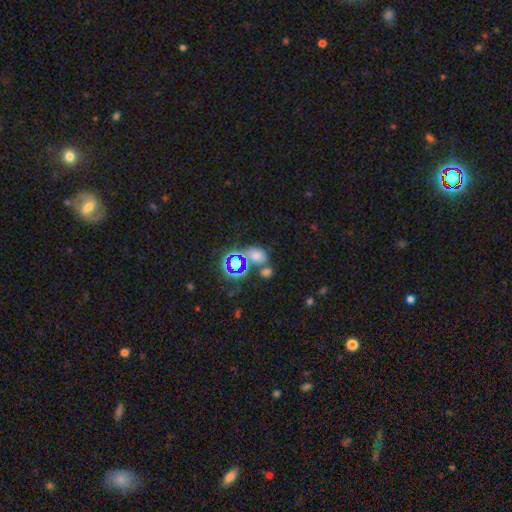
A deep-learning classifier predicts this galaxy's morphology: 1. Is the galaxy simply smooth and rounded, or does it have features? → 51% smooth, 36% star or artifact, 13% featured or disk.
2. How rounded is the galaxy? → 60% in between, 38% round, 2% cigar-shaped.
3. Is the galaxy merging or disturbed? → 48% none, 31% merger, 13% minor disturbance, 7% major disturbance.